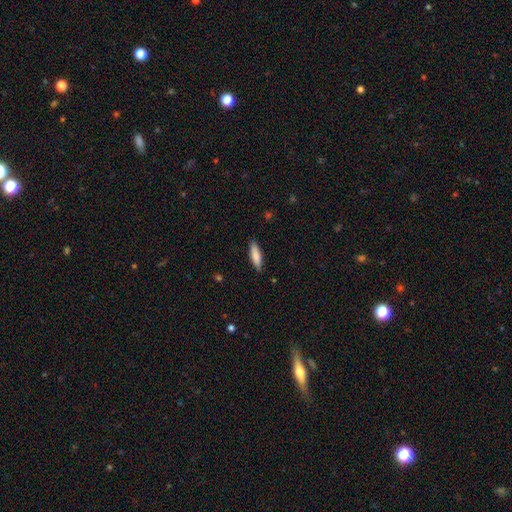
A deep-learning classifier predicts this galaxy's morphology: A smooth galaxy with no disk features (83%) that is cigar-shaped (62%).

Vote fractions:
- Smooth or featured? smooth: 83% / featured or disk: 11% / star or artifact: 6%
- How rounded? cigar-shaped: 62% / in between: 36% / round: 1%
- Merging? none: 87% / minor disturbance: 10% / major disturbance: 2% / merger: 1%